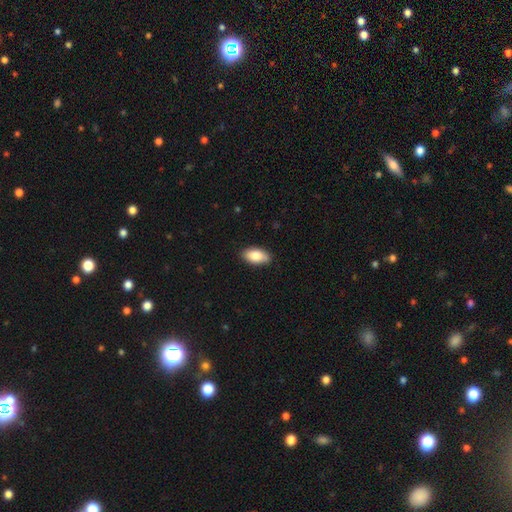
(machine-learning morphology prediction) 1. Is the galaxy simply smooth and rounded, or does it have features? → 85% smooth, 9% featured or disk, 6% star or artifact.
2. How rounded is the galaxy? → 93% in between, 4% round, 3% cigar-shaped.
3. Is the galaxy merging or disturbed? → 80% none, 17% minor disturbance, 2% major disturbance, 1% merger.